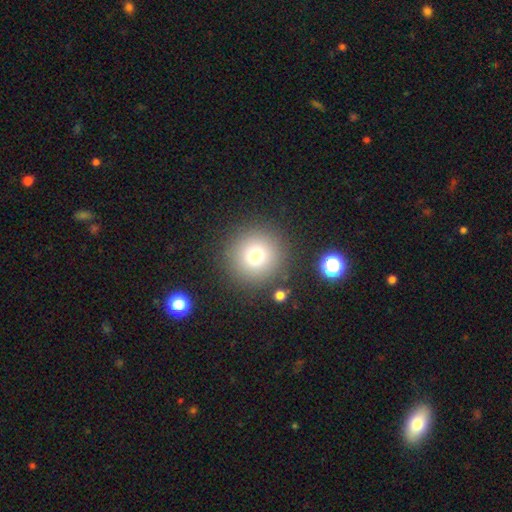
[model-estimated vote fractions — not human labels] A smooth galaxy with no disk features (75%) that is round (95%).

Vote fractions:
- Smooth or featured? smooth: 75% / star or artifact: 15% / featured or disk: 10%
- How rounded? round: 95% / in between: 4% / cigar-shaped: 1%
- Merging? none: 87% / minor disturbance: 7% / major disturbance: 3% / merger: 3%